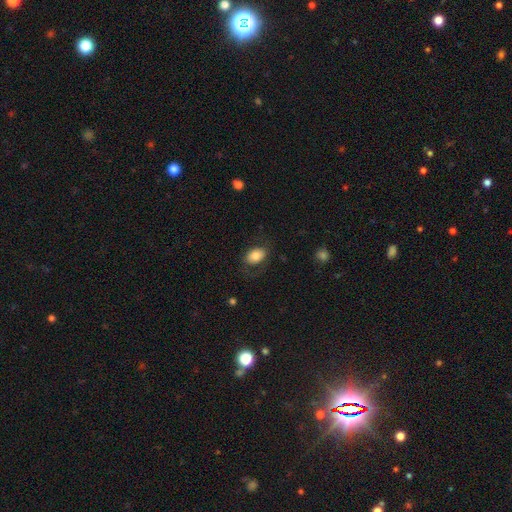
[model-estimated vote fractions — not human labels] Morphology: type=smooth (77%); roundness=in between (83%); merging=none (71%).